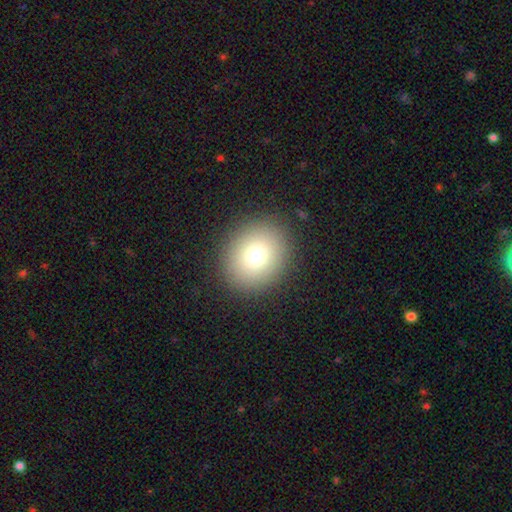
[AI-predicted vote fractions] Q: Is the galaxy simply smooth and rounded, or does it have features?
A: smooth — 78%.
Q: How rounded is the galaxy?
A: round — 70%.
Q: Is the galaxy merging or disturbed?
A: none — 89%.